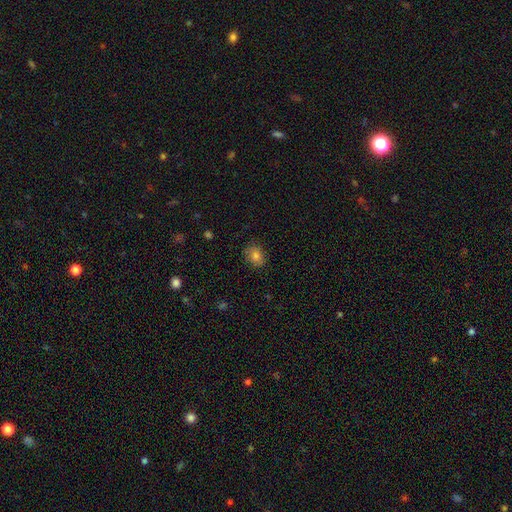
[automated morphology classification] This is clearly a smooth galaxy (81%). How rounded: possibly in between (54%). Merging: clearly none (82%).